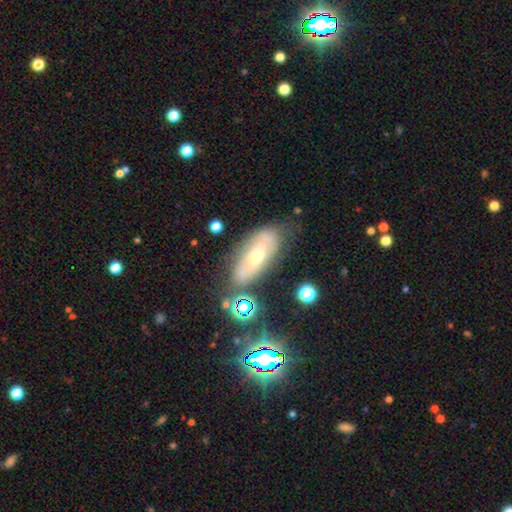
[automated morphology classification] This appears to be a featured or disk galaxy (53%). Merging: none (66%).